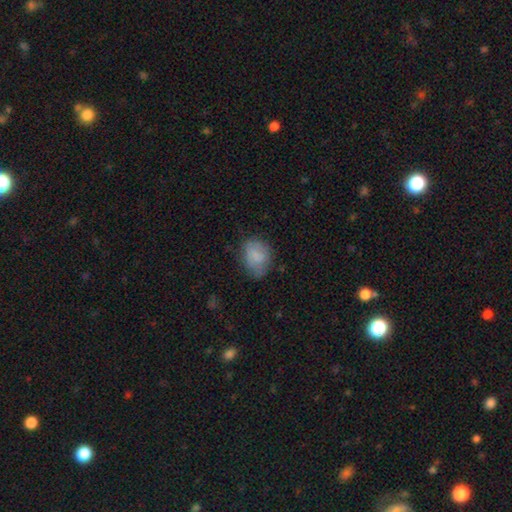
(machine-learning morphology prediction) type=smooth (78%); roundness=in between (59%); merging=none (60%).